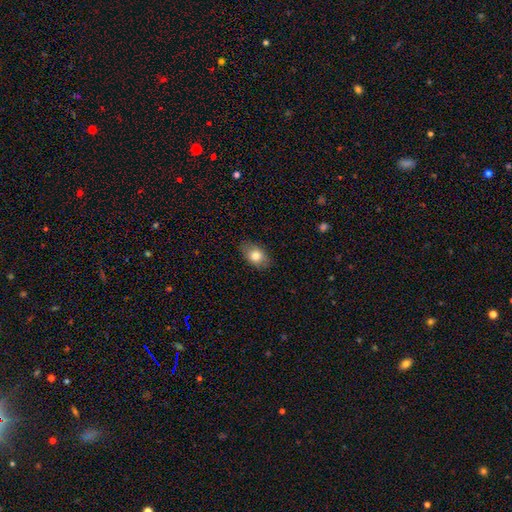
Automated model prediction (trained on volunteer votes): Smooth or featured?
  - smooth: 80% *
  - featured or disk: 13%
  - star or artifact: 8%
How rounded?
  - in between: 84% *
  - round: 14%
  - cigar-shaped: 2%
Merging?
  - none: 83% *
  - minor disturbance: 13%
  - major disturbance: 3%
  - merger: 1%